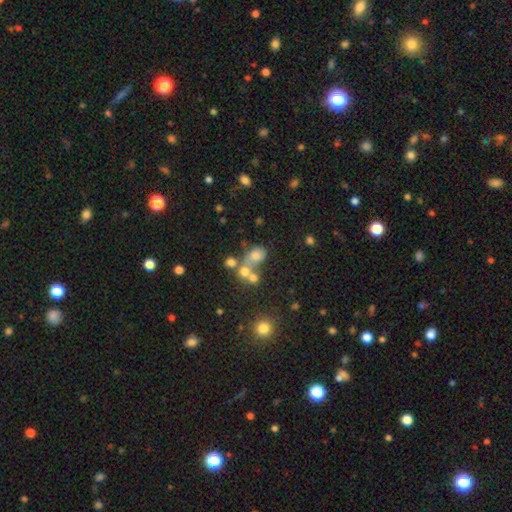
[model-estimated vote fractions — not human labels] A smooth galaxy with no disk features (62%) that is round (52%).

Vote fractions:
- Smooth or featured? smooth: 62% / featured or disk: 20% / star or artifact: 18%
- How rounded? round: 52% / in between: 47% / cigar-shaped: 2%
- Merging? merger: 43% / none: 34% / minor disturbance: 12% / major disturbance: 10%